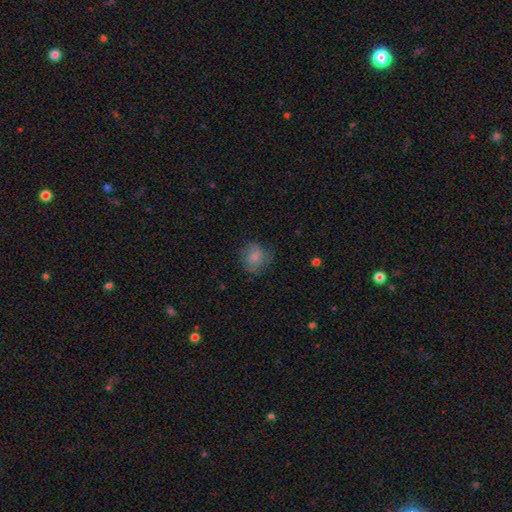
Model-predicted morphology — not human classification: A smooth galaxy with no disk features (75%) that is round (74%).

Vote fractions:
- Smooth or featured? smooth: 75% / featured or disk: 15% / star or artifact: 10%
- How rounded? round: 74% / in between: 25% / cigar-shaped: 1%
- Merging? none: 65% / minor disturbance: 23% / major disturbance: 11% / merger: 1%